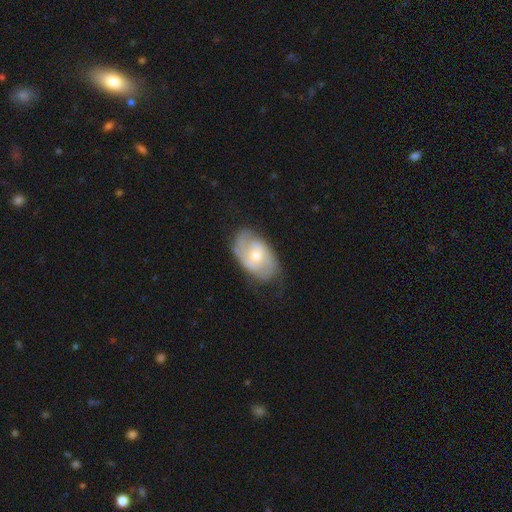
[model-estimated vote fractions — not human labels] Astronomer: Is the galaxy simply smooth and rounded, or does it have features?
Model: featured or disk — 72%.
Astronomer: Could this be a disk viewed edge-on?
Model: no — 95%.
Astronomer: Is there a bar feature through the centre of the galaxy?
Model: no — 65%.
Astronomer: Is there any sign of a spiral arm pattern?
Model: yes — 88%.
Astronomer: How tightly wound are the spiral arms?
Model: tight — 45% (runner-up: medium, 40%).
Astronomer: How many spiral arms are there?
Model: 2 — 54%.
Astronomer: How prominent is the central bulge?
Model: moderate — 59% (runner-up: small, 37%).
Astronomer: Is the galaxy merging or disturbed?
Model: none — 68%.